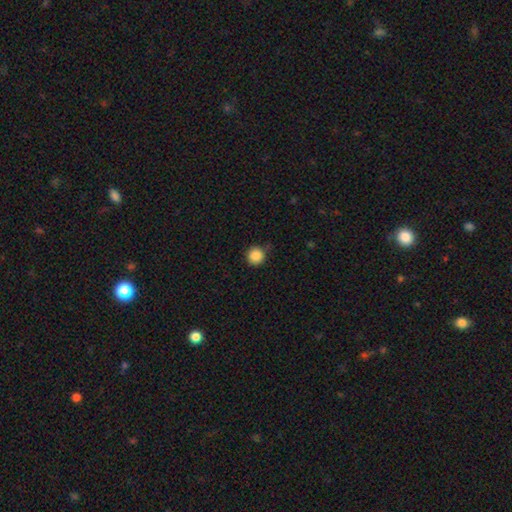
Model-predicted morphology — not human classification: The model was most divided on "merging": none: 83%, minor disturbance: 12%, major disturbance: 3%, merger: 2%. More confident: how rounded — round (96%); smooth or featured — smooth (87%).